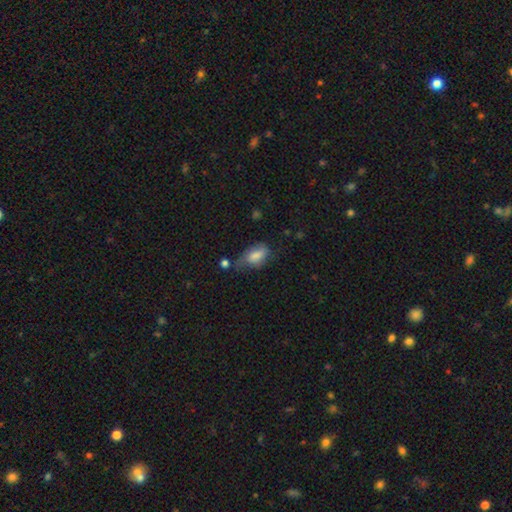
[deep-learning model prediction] Q: Smooth or featured?
A: smooth (76%); runner-up: featured or disk (16%)
Q: How rounded?
A: in between (89%); runner-up: round (6%)
Q: Merging?
A: none (38%); runner-up: minor disturbance (37%)